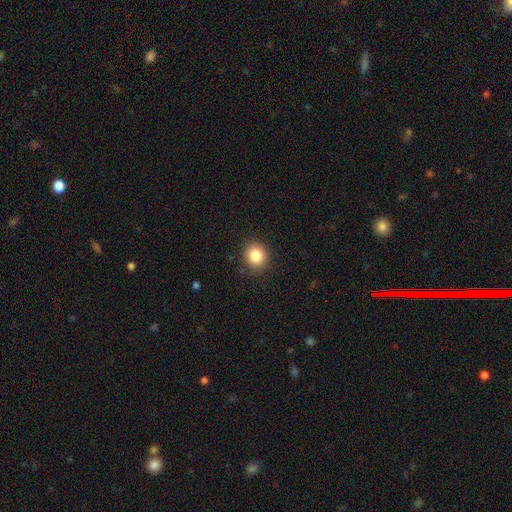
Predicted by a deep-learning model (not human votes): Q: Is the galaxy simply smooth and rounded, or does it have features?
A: smooth — 84%.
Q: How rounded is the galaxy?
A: round — 81%.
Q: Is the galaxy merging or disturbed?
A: none — 90%.